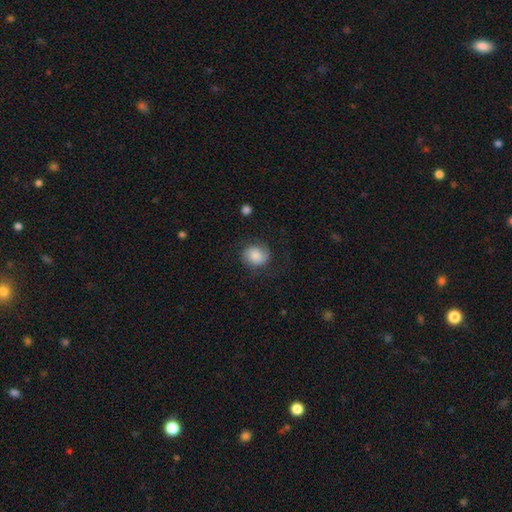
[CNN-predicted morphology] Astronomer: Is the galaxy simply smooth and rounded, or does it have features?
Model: smooth — 65%.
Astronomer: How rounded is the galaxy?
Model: round — 76%.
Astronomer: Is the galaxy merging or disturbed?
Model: none — 67%.